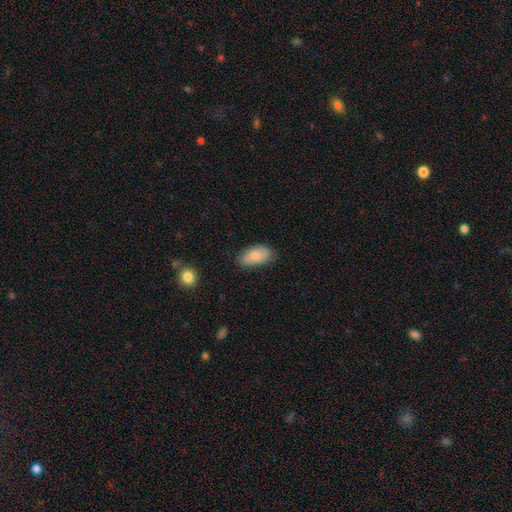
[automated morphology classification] Smooth or featured: smooth — 76% (featured or disk — 17%)
How rounded: in between — 93% (round — 4%)
Merging: none — 76% (minor disturbance — 19%)